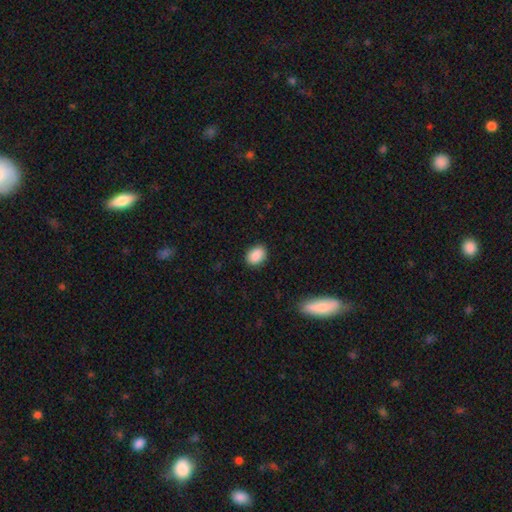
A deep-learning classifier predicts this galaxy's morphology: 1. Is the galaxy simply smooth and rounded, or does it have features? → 89% smooth, 8% star or artifact, 3% featured or disk.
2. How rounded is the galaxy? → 69% in between, 29% round, 1% cigar-shaped.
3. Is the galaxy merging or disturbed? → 87% none, 9% minor disturbance, 2% major disturbance, 1% merger.